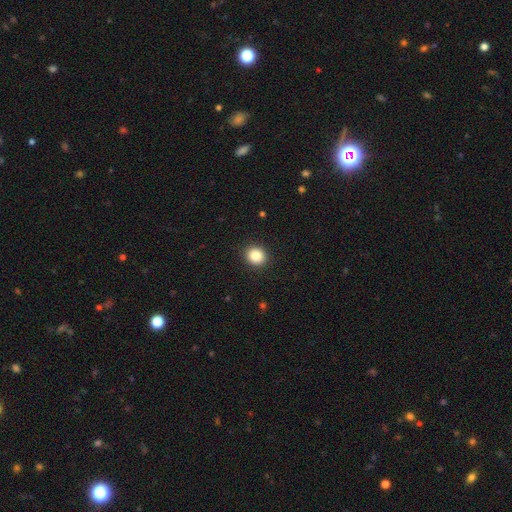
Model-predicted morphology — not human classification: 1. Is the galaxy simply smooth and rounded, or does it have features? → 86% smooth, 9% star or artifact, 4% featured or disk.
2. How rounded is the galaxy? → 75% round, 24% in between, 1% cigar-shaped.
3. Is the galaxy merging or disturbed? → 91% none, 6% minor disturbance, 2% major disturbance, 1% merger.